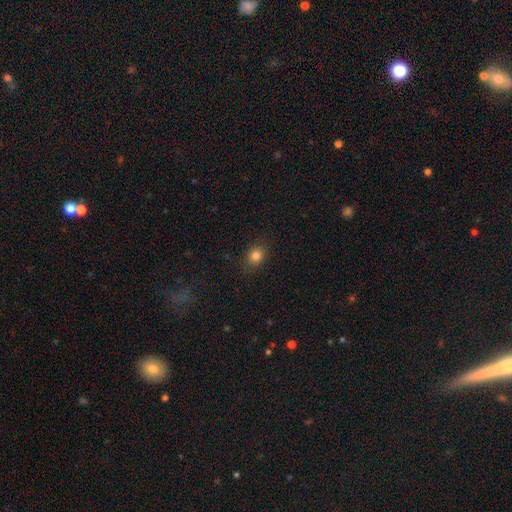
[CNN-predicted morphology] smooth_or_featured: smooth (p=0.82) [alt: star or artifact p=0.12]
how_rounded: round (p=0.55) [alt: in between p=0.44]
merging: none (p=0.86) [alt: minor disturbance p=0.11]